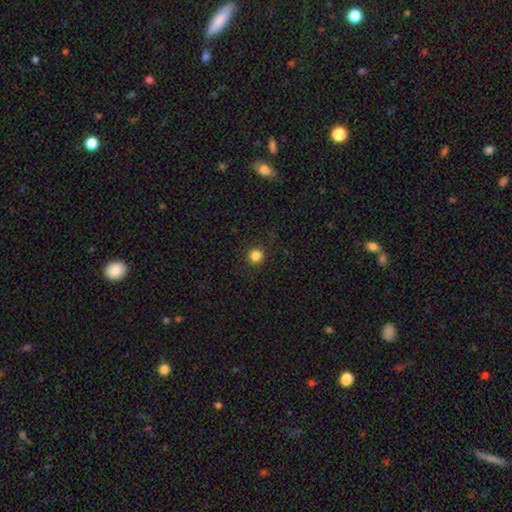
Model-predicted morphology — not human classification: This is clearly a smooth galaxy (83%). How rounded: clearly round (95%). Merging: clearly none (91%).